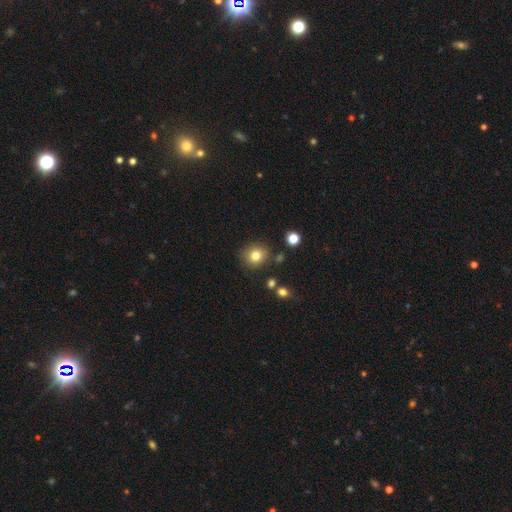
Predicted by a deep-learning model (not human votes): smooth_or_featured: smooth (p=0.81) [alt: star or artifact p=0.12]
how_rounded: round (p=0.85) [alt: in between p=0.14]
merging: none (p=0.84) [alt: minor disturbance p=0.09]